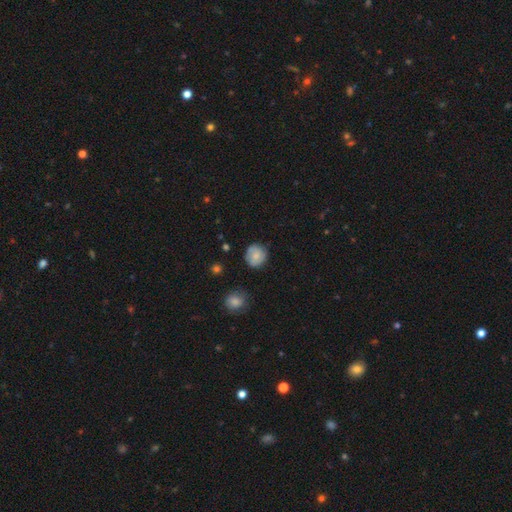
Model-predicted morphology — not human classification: This is likely a smooth galaxy (75%). How rounded: clearly round (87%). Merging: likely none (78%).